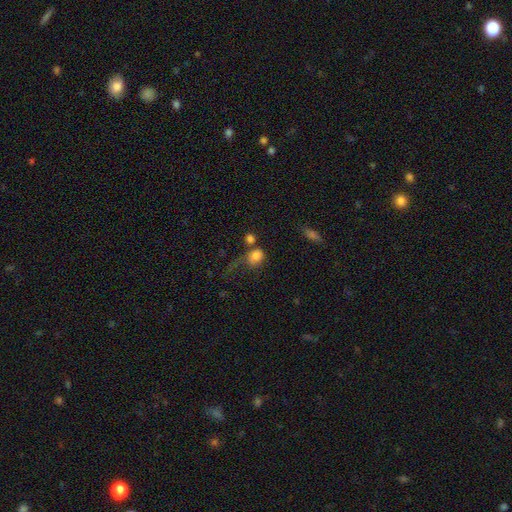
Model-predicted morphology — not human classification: type=smooth (80%); roundness=round (58%); merging=none (39%).